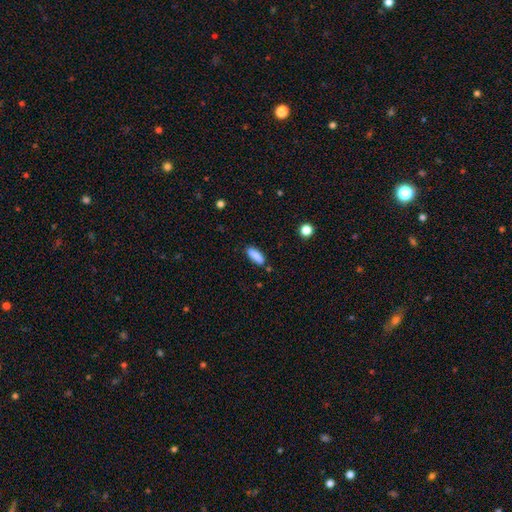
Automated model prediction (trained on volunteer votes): Q: Smooth or featured?
A: smooth (87%); runner-up: star or artifact (7%)
Q: How rounded?
A: in between (62%); runner-up: cigar-shaped (36%)
Q: Merging?
A: none (83%); runner-up: minor disturbance (12%)